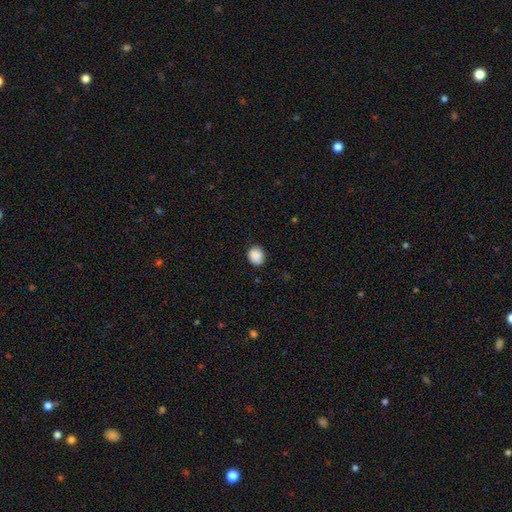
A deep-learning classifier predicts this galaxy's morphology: type=smooth (88%); roundness=round (65%); merging=none (82%).